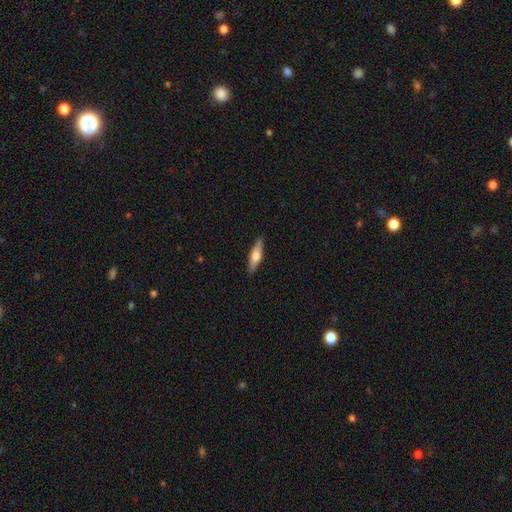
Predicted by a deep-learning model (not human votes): Smooth or featured? Predicted: smooth (p=0.53). How rounded? Predicted: cigar-shaped (p=0.63). Merging? Predicted: none (p=0.87).